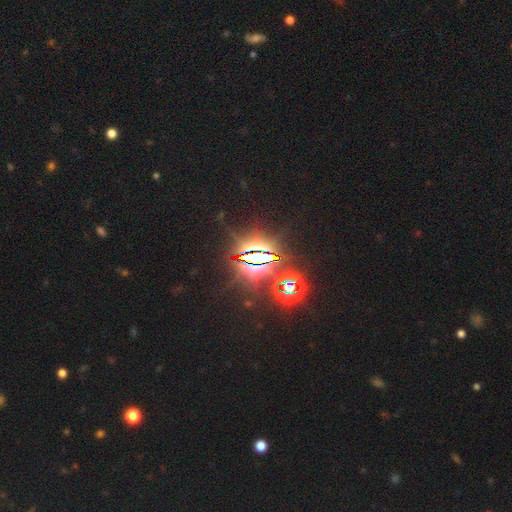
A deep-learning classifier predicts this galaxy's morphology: Overall: star or artifact (85%).